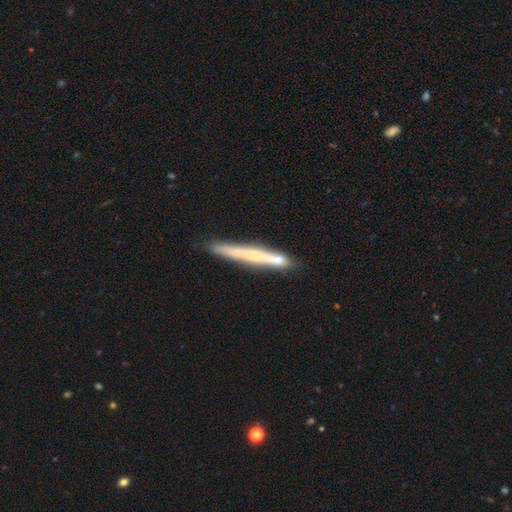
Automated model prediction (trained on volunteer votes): smooth 50%, featured or disk 44%, star or artifact 7%. Down the decision tree: merging — none (82%).